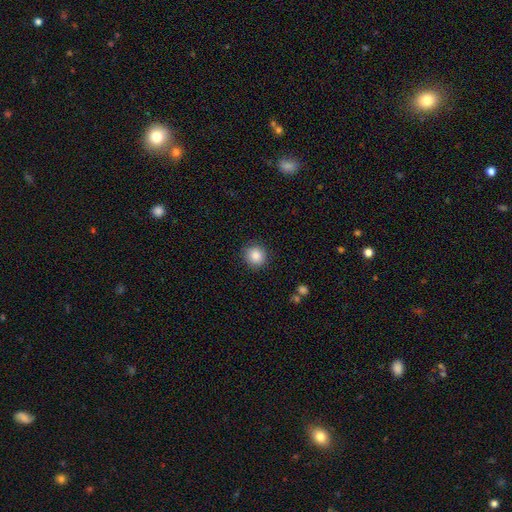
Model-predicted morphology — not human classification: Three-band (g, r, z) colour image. It shows a smooth galaxy with no disk features (87%) that is round (91%). Merging: none (89%).